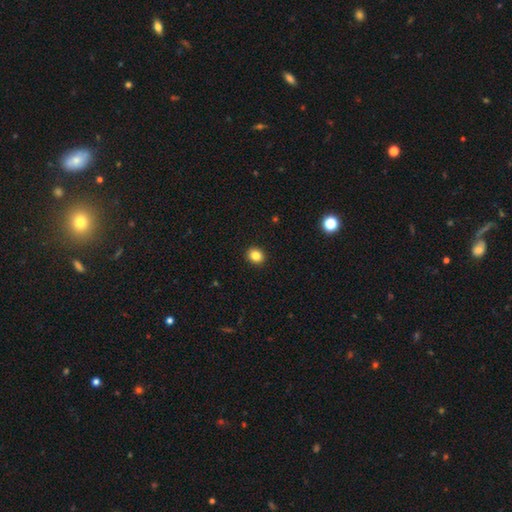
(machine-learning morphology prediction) A smooth galaxy with no disk features (84%) that is round (70%). Merging: none (92%).